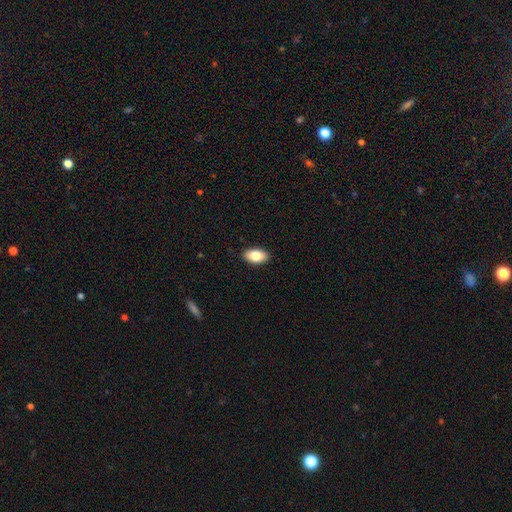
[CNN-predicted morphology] This appears to be a smooth galaxy with no disk features (83%) that is in between round and cigar-shaped (93%). Merging: none (90%).